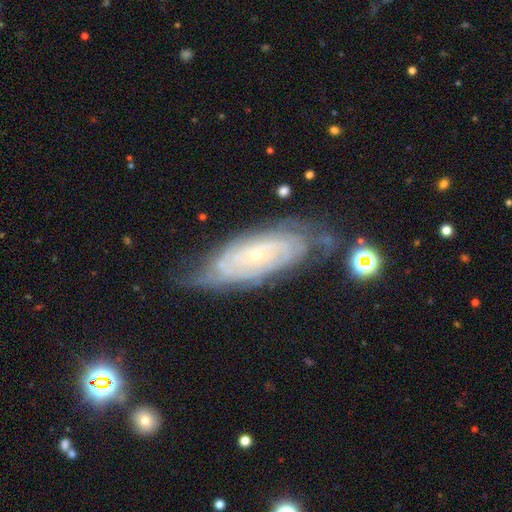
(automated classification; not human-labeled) A featured or disk galaxy (81%) with no bar (79%), tight (79%) spiral arms (90%) and a small central bulge (84%).

Vote fractions:
- Smooth or featured? featured or disk: 81% / smooth: 12% / star or artifact: 7%
- Edge-on disk? no: 90% / yes: 10%
- Bar? no: 79% / weak: 16% / strong: 5%
- Spiral arms? yes: 90% / no: 10%
- Spiral winding? tight: 79% / medium: 16% / loose: 4%
- Spiral arm count? can't tell: 54% / 2: 14% / 4: 10% / 3: 9% / more than 4: 7% / 1: 4%
- Bulge size? small: 84% / moderate: 12% / none: 1% / large: 1% / dominant: 1%
- Merging? none: 64% / minor disturbance: 24% / major disturbance: 9% / merger: 3%